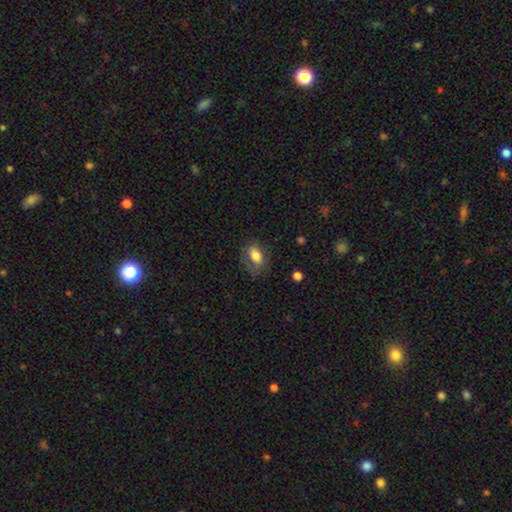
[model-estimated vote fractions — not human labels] A smooth galaxy with no disk features (76%) that is in between round and cigar-shaped (85%).

Vote fractions:
- Smooth or featured? smooth: 76% / featured or disk: 16% / star or artifact: 8%
- How rounded? in between: 85% / round: 13% / cigar-shaped: 2%
- Merging? none: 61% / minor disturbance: 24% / major disturbance: 13% / merger: 2%